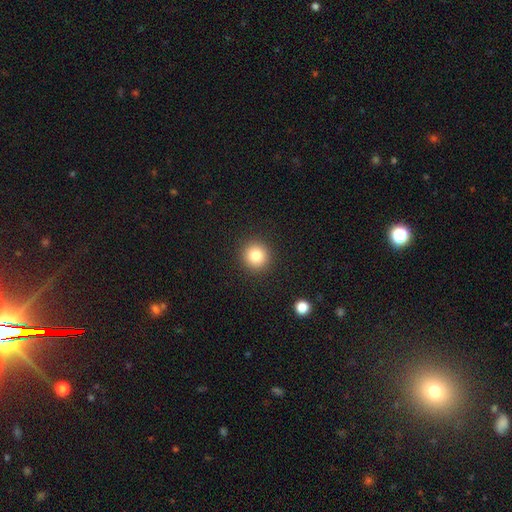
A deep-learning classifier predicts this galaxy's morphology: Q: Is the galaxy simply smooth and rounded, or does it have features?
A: smooth — 82%.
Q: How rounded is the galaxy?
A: round — 94%.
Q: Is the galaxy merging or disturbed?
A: none — 92%.